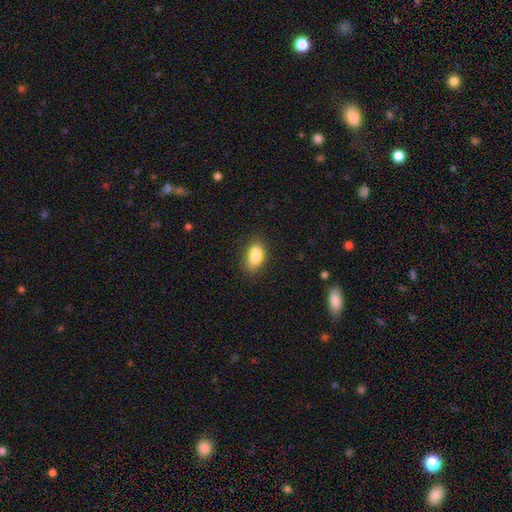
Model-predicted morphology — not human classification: smooth-or-featured: smooth: 83% | featured or disk: 9% | star or artifact: 9%
  how-rounded: in between: 88% | round: 10% | cigar-shaped: 3%
  merging: none: 68% | minor disturbance: 21% | merger: 6% | major disturbance: 5%